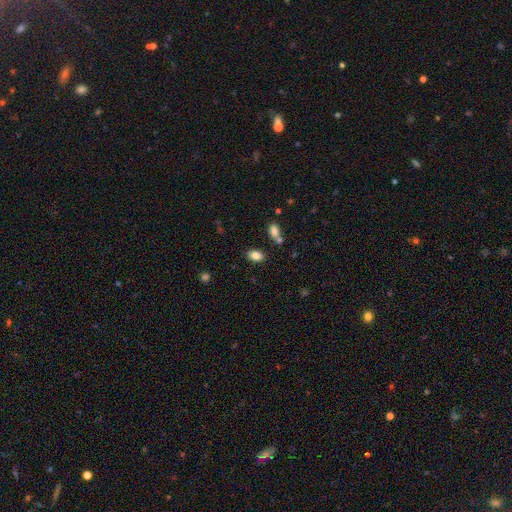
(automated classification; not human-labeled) smooth 84%, star or artifact 9%, featured or disk 7%. Down the decision tree: how rounded — in between (88%); merging — none (81%).